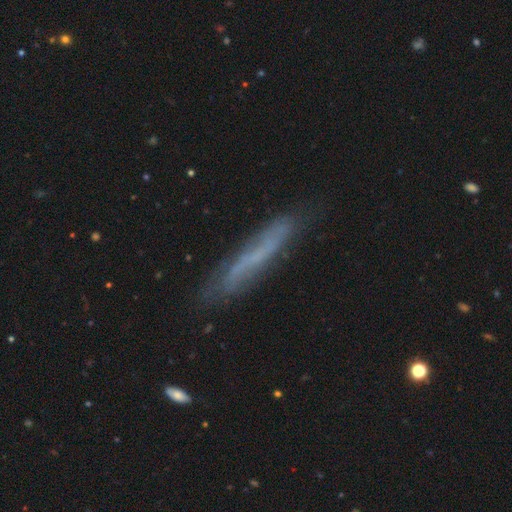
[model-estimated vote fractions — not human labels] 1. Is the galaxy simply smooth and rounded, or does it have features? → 52% featured or disk, 39% smooth, 9% star or artifact.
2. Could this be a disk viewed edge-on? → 69% yes, 31% no.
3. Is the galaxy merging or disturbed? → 75% none, 18% minor disturbance, 5% major disturbance, 2% merger.